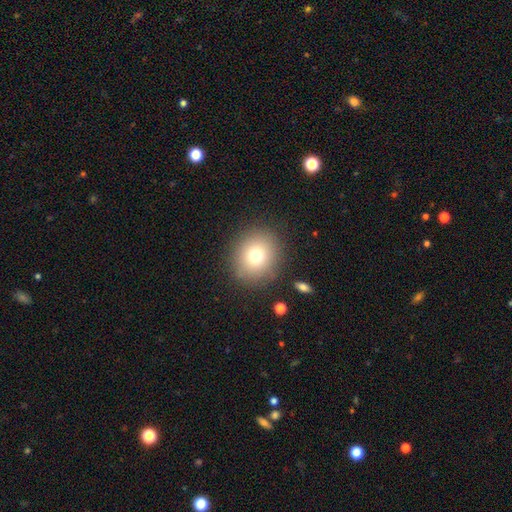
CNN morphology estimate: smooth 74%, star or artifact 14%, featured or disk 12%. Down the decision tree: how rounded — round (83%); merging — none (87%).